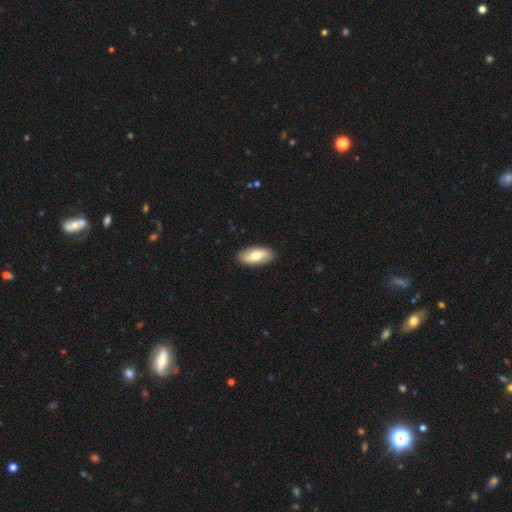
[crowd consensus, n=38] smooth-or-featured: smooth: 74% | featured or disk: 21% | star or artifact: 5%
  how-rounded: in between: 89% | round: 7% | cigar-shaped: 4%
  merging: none: 89% | major disturbance: 8% | minor disturbance: 3% | merger: 0%